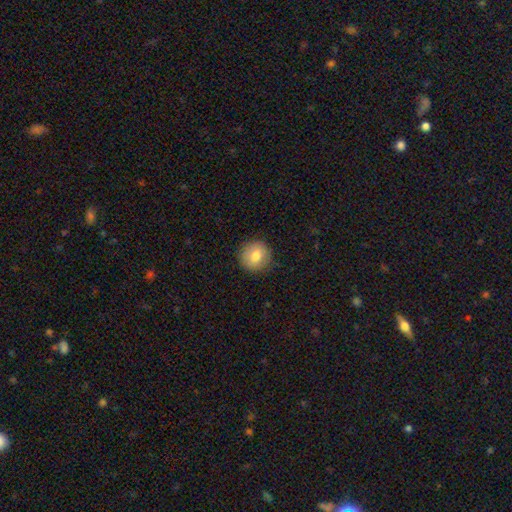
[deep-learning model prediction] smooth-or-featured: smooth: 80% | featured or disk: 12% | star or artifact: 8%
  how-rounded: round: 91% | in between: 8% | cigar-shaped: 1%
  merging: none: 88% | minor disturbance: 9% | major disturbance: 2% | merger: 1%